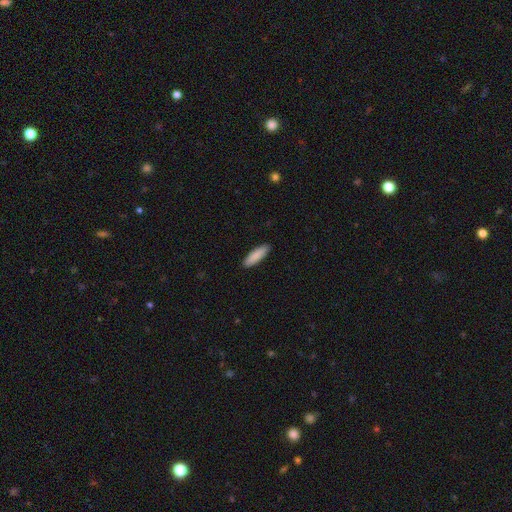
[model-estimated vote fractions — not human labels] smooth 89%, featured or disk 5%, star or artifact 5%. Down the decision tree: how rounded — cigar-shaped (60%); merging — none (91%).